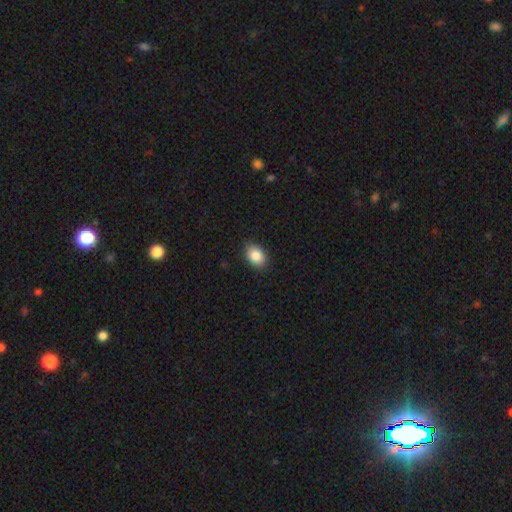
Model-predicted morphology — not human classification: Smooth or featured? smooth (86%)
How rounded? in between (78%)
Merging? none (87%)